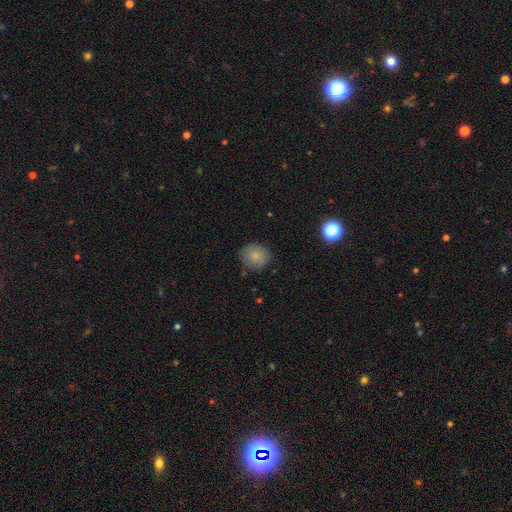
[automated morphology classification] smooth-or-featured: smooth: 83% | star or artifact: 9% | featured or disk: 8%
  how-rounded: round: 80% | in between: 19% | cigar-shaped: 1%
  merging: none: 82% | minor disturbance: 13% | major disturbance: 3% | merger: 2%